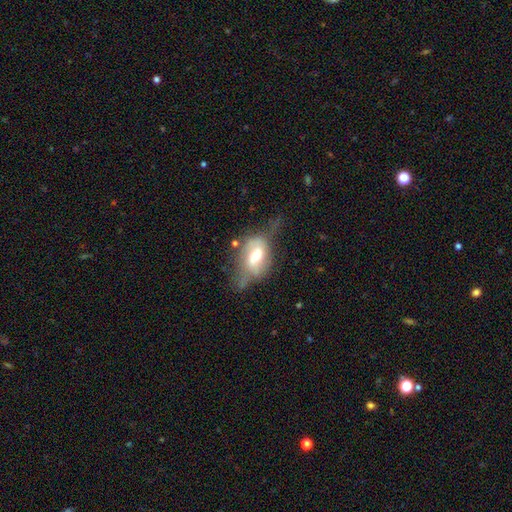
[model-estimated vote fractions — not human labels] This is possibly a featured or disk galaxy (54%). It is clearly not viewed edge-on (80%). Merging: marginally none (34%).